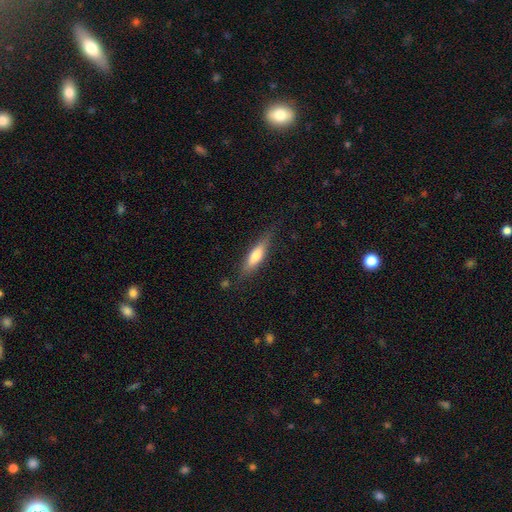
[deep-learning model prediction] Smooth or featured? Predicted: smooth (p=0.63). How rounded? Predicted: cigar-shaped (p=0.68). Merging? Predicted: none (p=0.78).